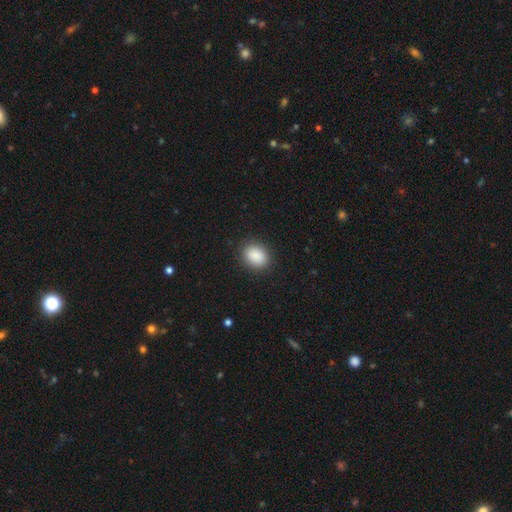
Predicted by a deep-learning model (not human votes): smooth_or_featured: smooth (p=0.89) [alt: star or artifact p=0.08]
how_rounded: in between (p=0.55) [alt: round p=0.44]
merging: none (p=0.89) [alt: minor disturbance p=0.08]